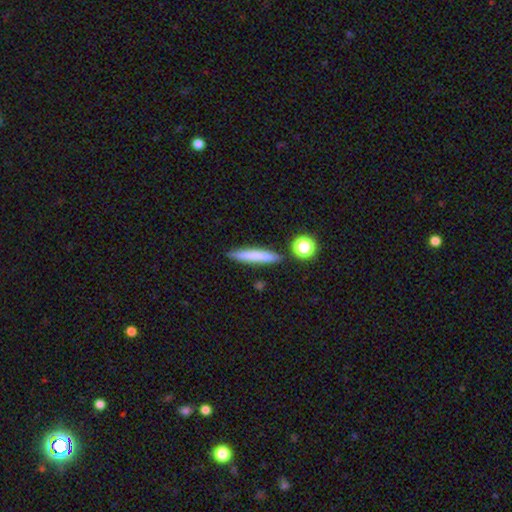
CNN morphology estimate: This appears to be a smooth galaxy with no disk features (75%) that is cigar-shaped (91%). Merging: none (84%).